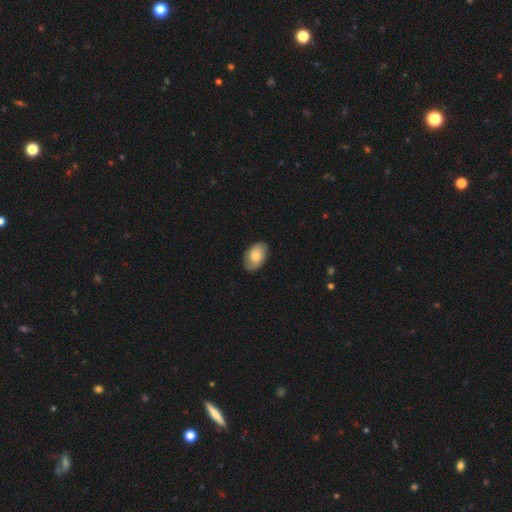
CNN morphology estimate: type=smooth (62%); roundness=in between (89%); merging=none (83%).